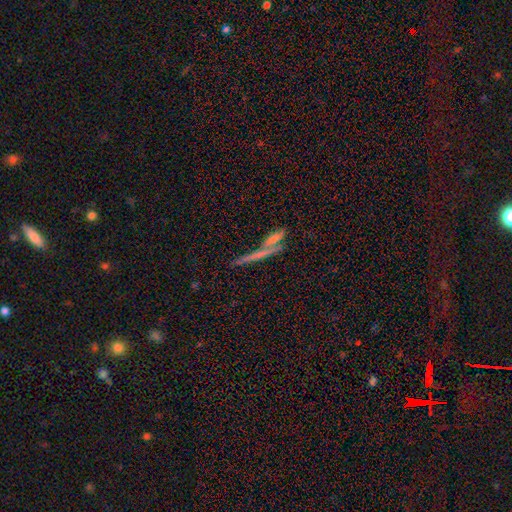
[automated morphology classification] smooth-or-featured: star or artifact: 40% | smooth: 32% | featured or disk: 28%